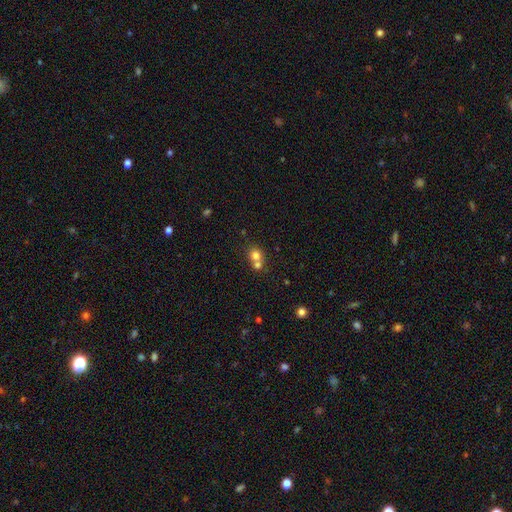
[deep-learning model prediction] A smooth galaxy with no disk features (74%) that is round (77%).

Vote fractions:
- Smooth or featured? smooth: 74% / star or artifact: 13% / featured or disk: 13%
- How rounded? round: 77% / in between: 22% / cigar-shaped: 1%
- Merging? merger: 54% / none: 38% / minor disturbance: 6% / major disturbance: 2%